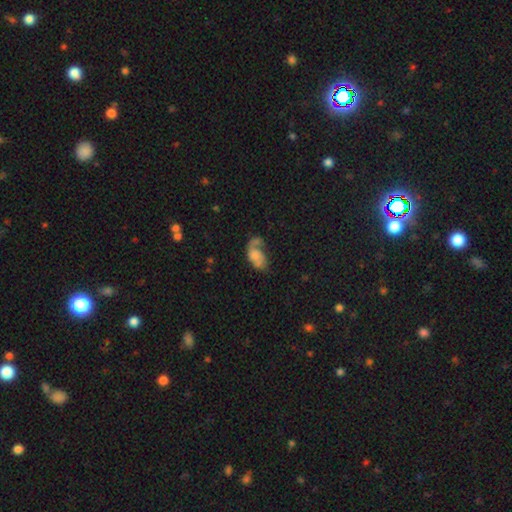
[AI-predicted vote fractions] A smooth galaxy with no disk features (45%). Merging: major disturbance (32%).